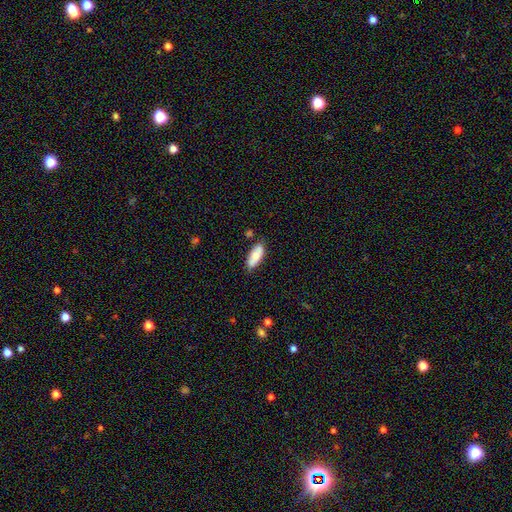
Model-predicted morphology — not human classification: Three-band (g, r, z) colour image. It shows a smooth galaxy with no disk features (79%) that is in between round and cigar-shaped (77%). Merging: none (76%).